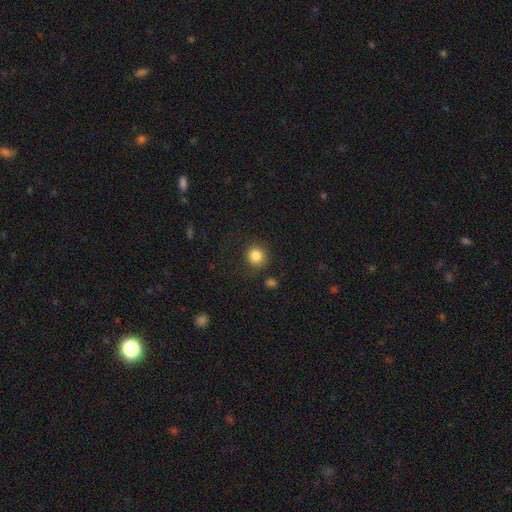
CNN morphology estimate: Smooth or featured: smooth — 85% (star or artifact — 10%)
How rounded: round — 92% (in between — 7%)
Merging: none — 83% (minor disturbance — 10%)